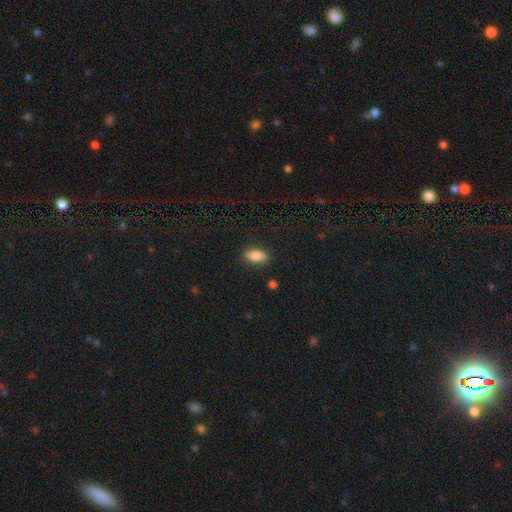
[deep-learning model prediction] Smooth or featured?
  - smooth: 83% *
  - featured or disk: 9%
  - star or artifact: 8%
How rounded?
  - in between: 88% *
  - cigar-shaped: 8%
  - round: 4%
Merging?
  - none: 86% *
  - minor disturbance: 10%
  - major disturbance: 2%
  - merger: 1%